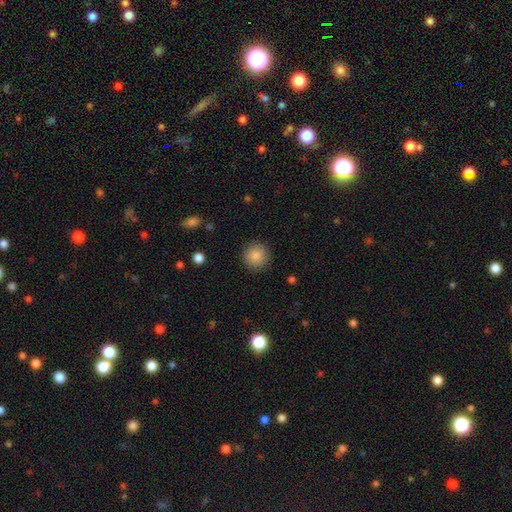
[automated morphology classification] This is clearly a smooth galaxy (87%). How rounded: clearly round (93%). Merging: clearly none (90%).